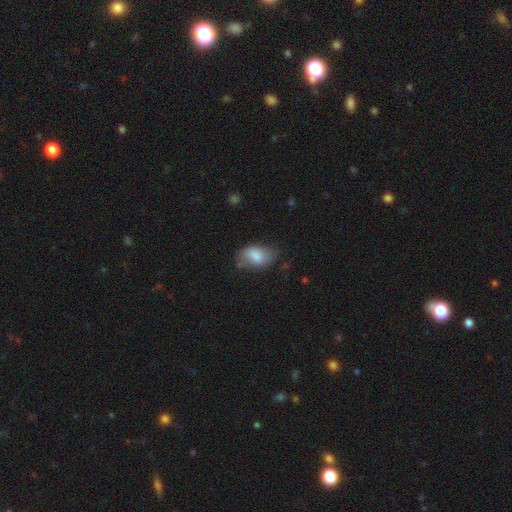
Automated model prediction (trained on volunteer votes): Smooth or featured? smooth (73%)
How rounded? in between (89%)
Merging? none (57%)